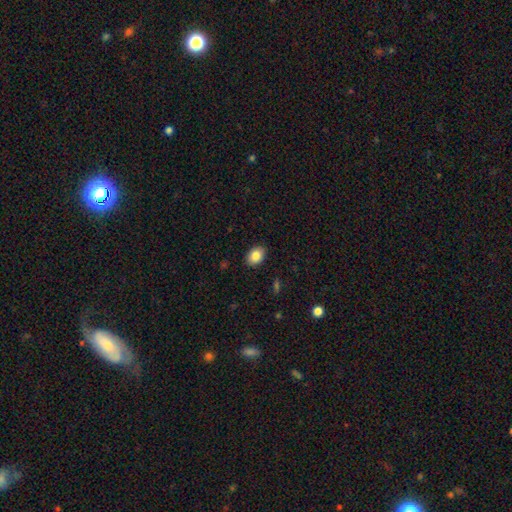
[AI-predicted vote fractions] Q: Smooth or featured?
A: smooth (86%); runner-up: star or artifact (8%)
Q: How rounded?
A: in between (77%); runner-up: round (22%)
Q: Merging?
A: none (89%); runner-up: minor disturbance (8%)